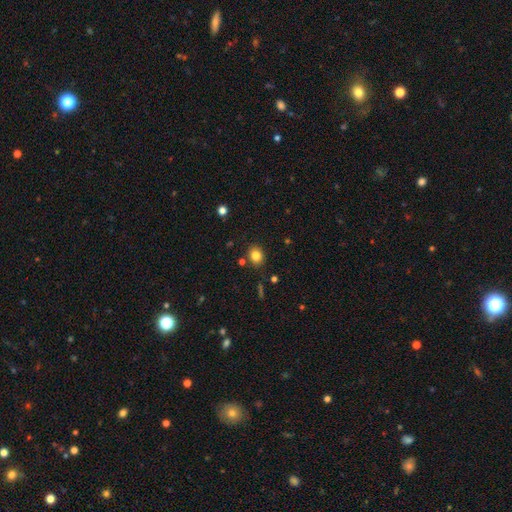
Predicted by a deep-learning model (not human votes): This appears to be a smooth galaxy with no disk features (82%) that is round (63%). Merging: none (84%).